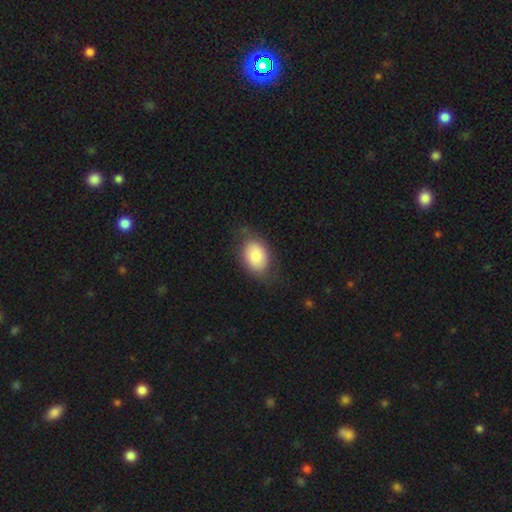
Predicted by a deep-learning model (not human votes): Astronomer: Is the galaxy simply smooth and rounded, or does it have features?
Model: smooth — 79%.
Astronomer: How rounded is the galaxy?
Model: in between — 79%.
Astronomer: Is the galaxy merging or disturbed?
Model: none — 65%.